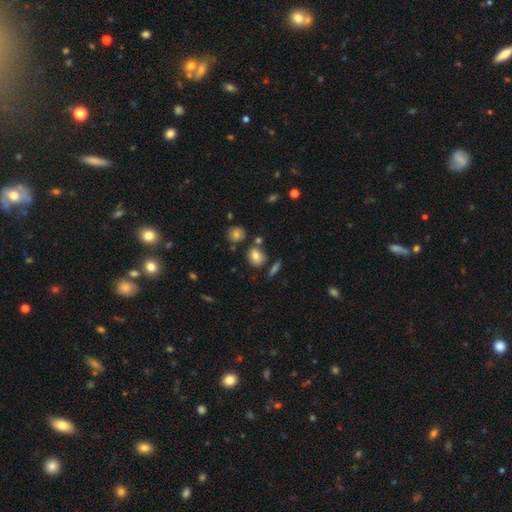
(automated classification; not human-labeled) Overall: smooth (77%). How rounded: in between (51%; round 47%). Merging: none (74%).